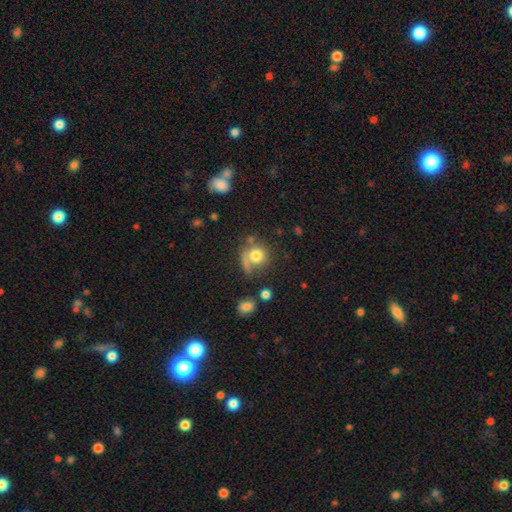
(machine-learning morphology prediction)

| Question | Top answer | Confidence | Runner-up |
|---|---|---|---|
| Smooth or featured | smooth | 74% | featured or disk (15%) |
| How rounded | round | 85% | in between (14%) |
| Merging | none | 51% | minor disturbance (19%) |